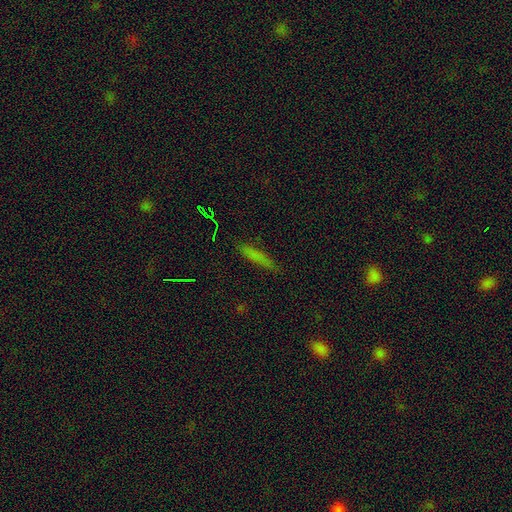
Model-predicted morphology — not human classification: A smooth galaxy with no disk features (68%) that is cigar-shaped (83%).

Vote fractions:
- Smooth or featured? smooth: 68% / star or artifact: 17% / featured or disk: 15%
- How rounded? cigar-shaped: 83% / in between: 14% / round: 3%
- Merging? none: 81% / minor disturbance: 14% / major disturbance: 3% / merger: 2%